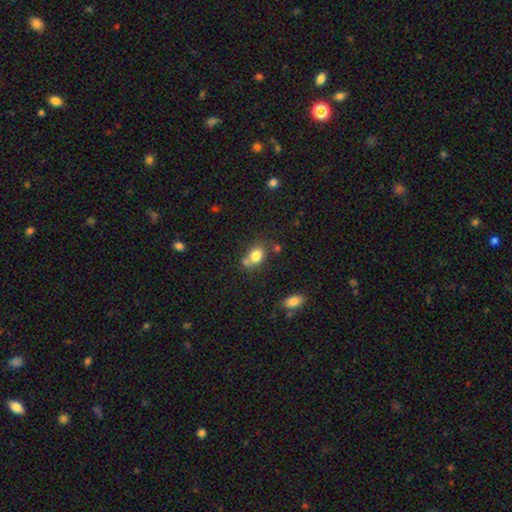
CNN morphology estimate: type=smooth (80%); roundness=in between (59%); merging=none (49%).